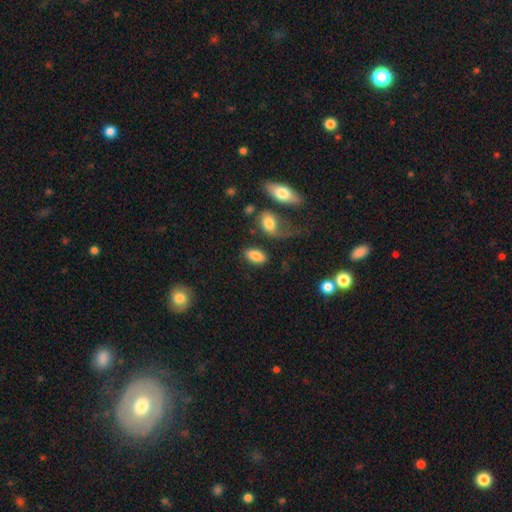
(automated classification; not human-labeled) The model was most divided on "merging": none: 76%, minor disturbance: 12%, merger: 7%, major disturbance: 6%. More confident: how rounded — in between (92%); smooth or featured — smooth (84%).